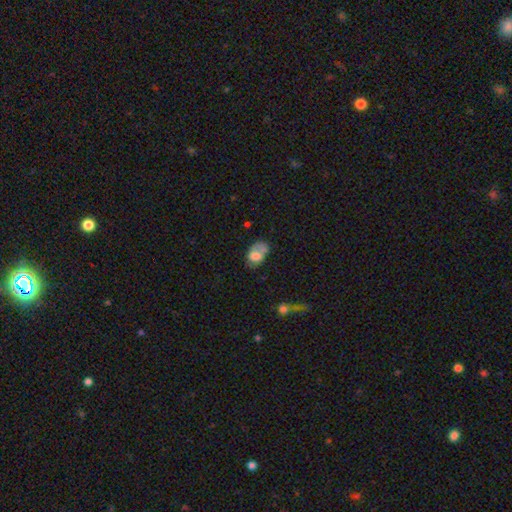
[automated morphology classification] A smooth galaxy with no disk features (63%) that is in between round and cigar-shaped (81%). Merging: none (29%).